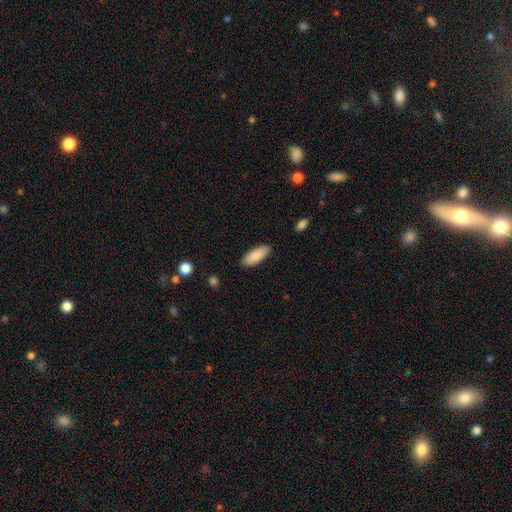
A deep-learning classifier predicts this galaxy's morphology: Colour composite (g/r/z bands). It shows a smooth galaxy with no disk features (88%) that is in between round and cigar-shaped (71%). Merging: none (88%).